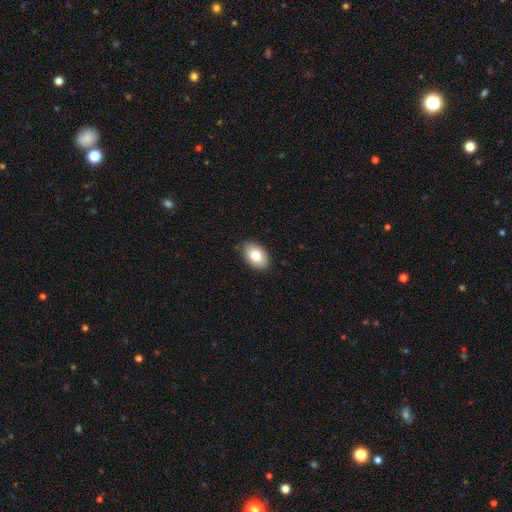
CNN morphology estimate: type=smooth (81%); roundness=in between (89%); merging=none (86%).